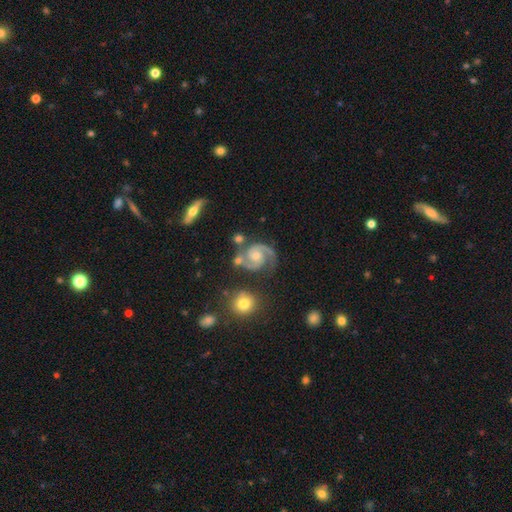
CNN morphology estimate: Smooth or featured? Predicted: featured or disk (p=0.91). Edge-on disk? Predicted: no (p=0.98). Bar? Predicted: no (p=0.63). Spiral arms? Predicted: yes (p=0.98). Spiral winding? Predicted: medium (p=0.55). Spiral arm count? Predicted: 2 (p=0.93). Bulge size? Predicted: moderate (p=0.58). Merging? Predicted: none (p=0.67).